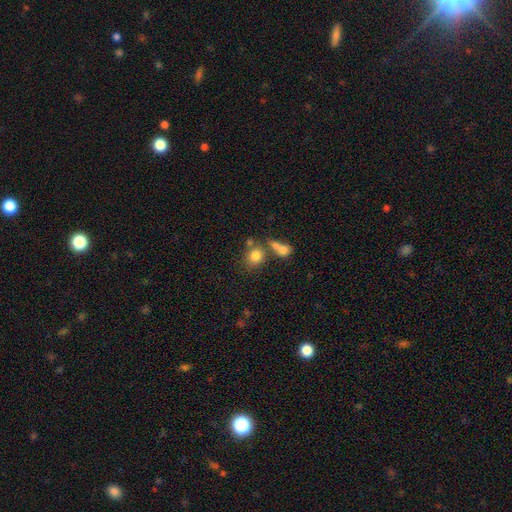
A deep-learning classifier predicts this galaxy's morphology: smooth_or_featured: smooth (p=0.81) [alt: star or artifact p=0.10]
how_rounded: round (p=0.69) [alt: in between p=0.29]
merging: none (p=0.53) [alt: merger p=0.30]